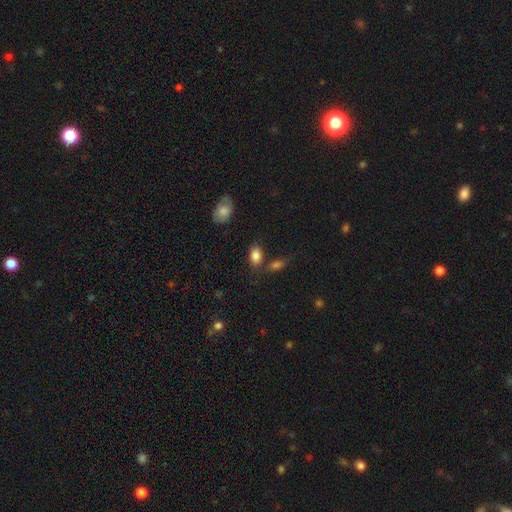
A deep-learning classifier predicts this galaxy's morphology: Smooth or featured? Predicted: smooth (p=0.85). How rounded? Predicted: in between (p=0.89). Merging? Predicted: none (p=0.69).